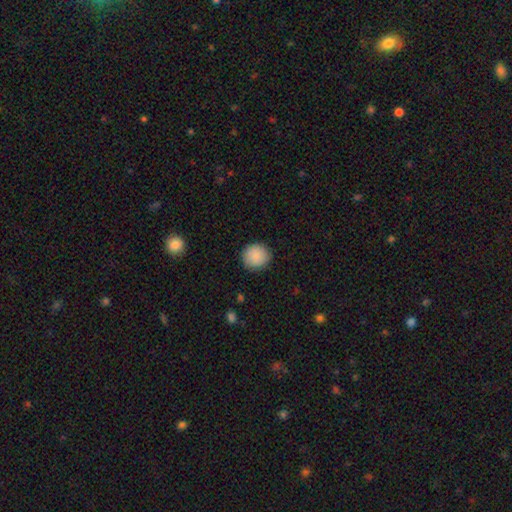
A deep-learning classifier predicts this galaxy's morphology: type=smooth (88%); roundness=round (90%); merging=none (89%).